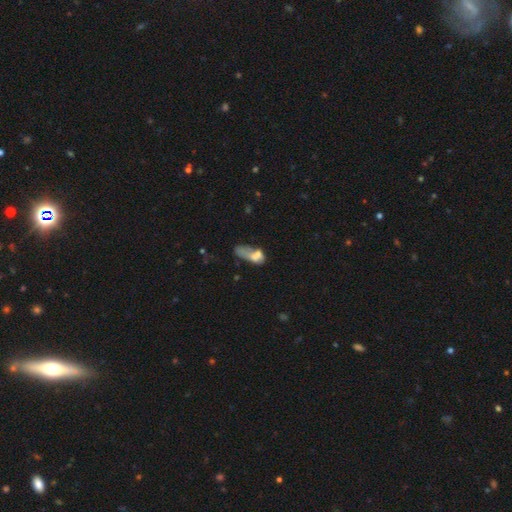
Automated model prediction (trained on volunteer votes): This is possibly a smooth galaxy (58%). How rounded: likely in between (77%). Merging: marginally merger (37%).